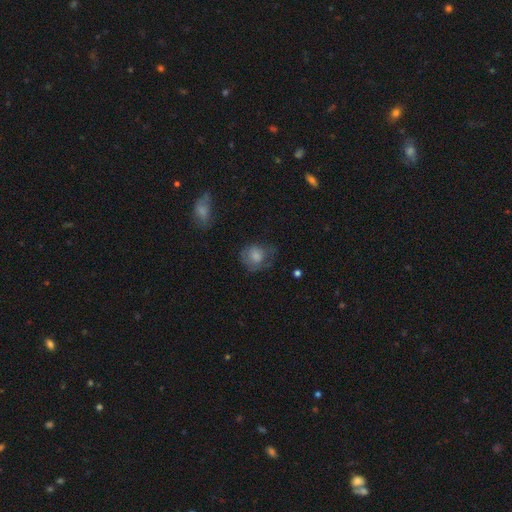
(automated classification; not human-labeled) smooth 70%, featured or disk 20%, star or artifact 10%. Down the decision tree: how rounded — round (71%); merging — none (50%).